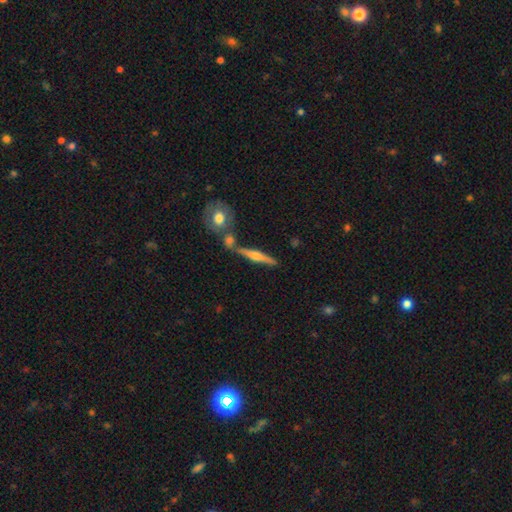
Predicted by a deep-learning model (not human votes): A featured or disk galaxy (62%) viewed edge-on (95%) with a rounded central bulge (84%). Merging: none (70%).